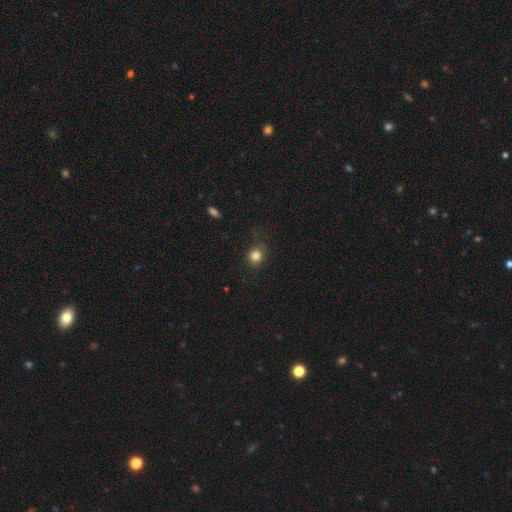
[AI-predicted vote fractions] smooth 83%, star or artifact 12%, featured or disk 5%. Down the decision tree: how rounded — round (80%); merging — none (74%).